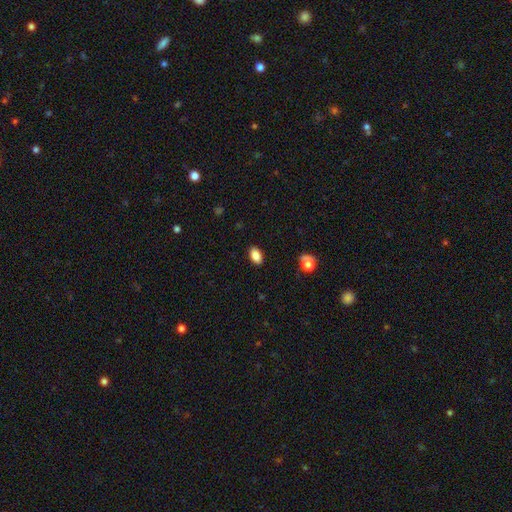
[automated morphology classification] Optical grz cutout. It shows a smooth galaxy with no disk features (87%) that is in between round and cigar-shaped (90%). Merging: none (88%).